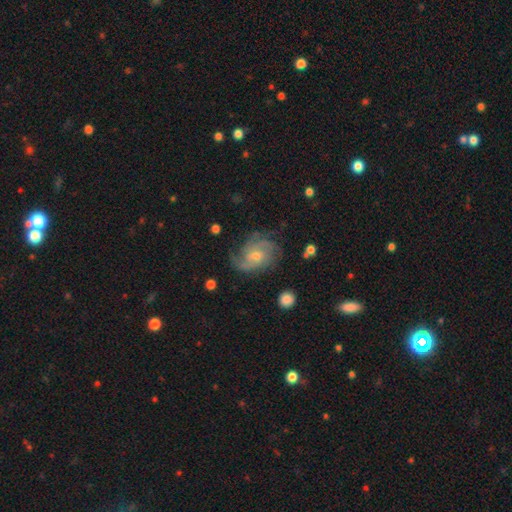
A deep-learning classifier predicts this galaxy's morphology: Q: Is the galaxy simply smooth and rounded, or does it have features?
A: featured or disk — 83%.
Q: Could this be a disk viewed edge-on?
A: no — 97%.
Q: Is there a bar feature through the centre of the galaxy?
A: no — 66%.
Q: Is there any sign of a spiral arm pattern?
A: yes — 97%.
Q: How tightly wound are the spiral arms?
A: tight — 46%.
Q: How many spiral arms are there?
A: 3 — 31%.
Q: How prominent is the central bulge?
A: moderate — 49%.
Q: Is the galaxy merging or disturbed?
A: none — 72%.